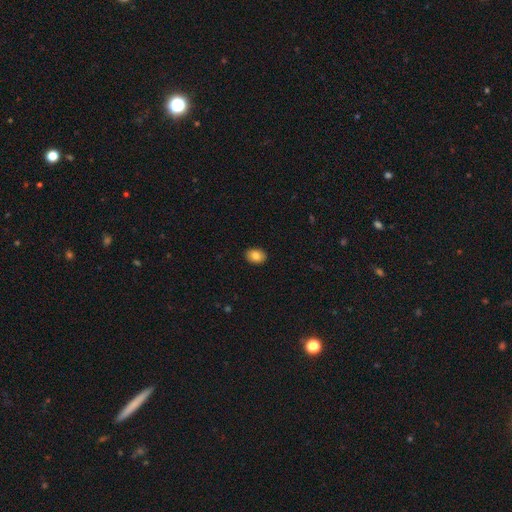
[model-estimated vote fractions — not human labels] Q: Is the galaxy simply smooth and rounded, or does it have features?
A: smooth — 85%.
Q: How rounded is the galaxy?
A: in between — 70%.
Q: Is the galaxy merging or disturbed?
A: none — 90%.